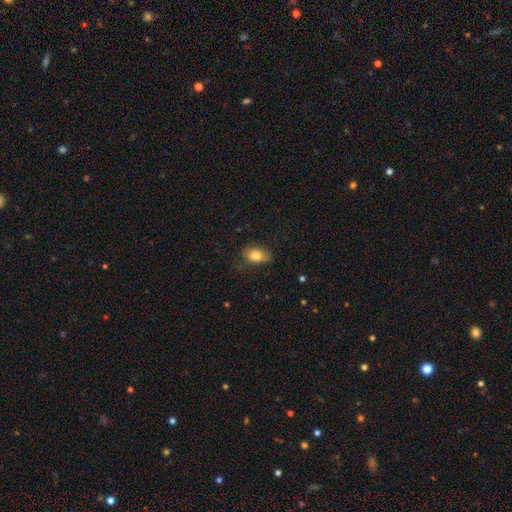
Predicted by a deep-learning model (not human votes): Q: Smooth or featured?
A: smooth (81%); runner-up: featured or disk (11%)
Q: How rounded?
A: in between (87%); runner-up: round (10%)
Q: Merging?
A: none (72%); runner-up: minor disturbance (21%)